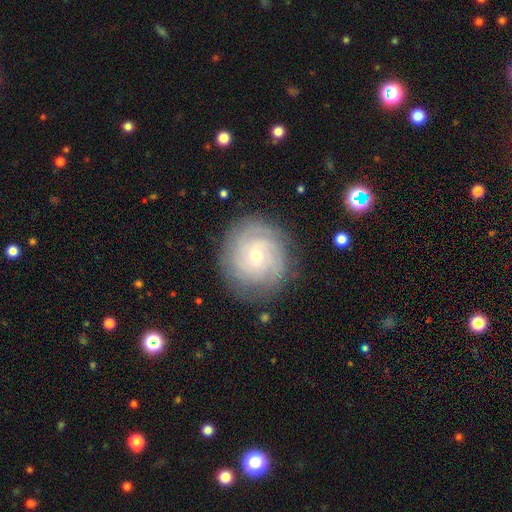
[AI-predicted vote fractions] Smooth or featured? Predicted: featured or disk (p=0.80). Edge-on disk? Predicted: no (p=0.98). Bar? Predicted: no (p=0.69). Spiral arms? Predicted: yes (p=0.96). Spiral winding? Predicted: tight (p=0.77). Spiral arm count? Predicted: can't tell (p=0.29). Bulge size? Predicted: small (p=0.68). Merging? Predicted: none (p=0.84).